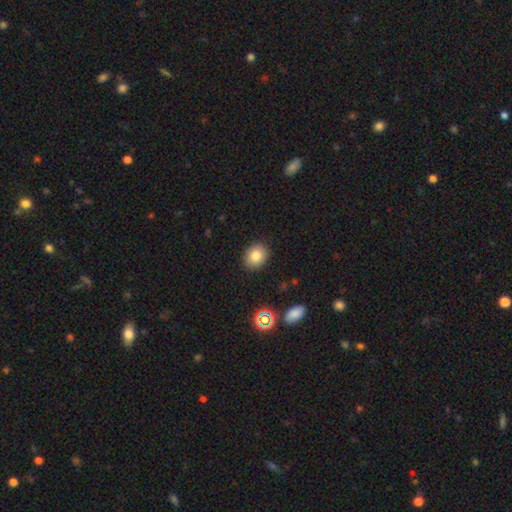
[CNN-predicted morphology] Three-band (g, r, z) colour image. It shows a smooth galaxy with no disk features (83%) that is round (51%). Merging: none (89%).